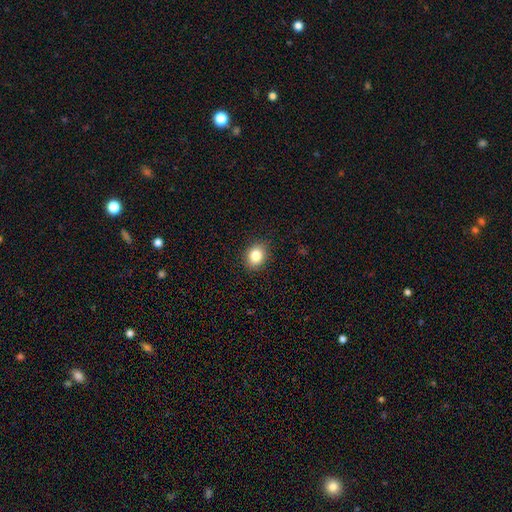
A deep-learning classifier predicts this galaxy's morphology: Q: Smooth or featured?
A: smooth (84%); runner-up: star or artifact (10%)
Q: How rounded?
A: round (55%); runner-up: in between (44%)
Q: Merging?
A: none (89%); runner-up: minor disturbance (8%)